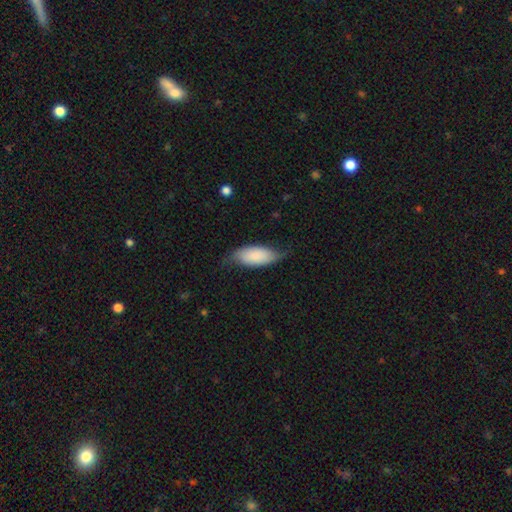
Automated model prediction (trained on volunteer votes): The model was most divided on "merging": none: 60%, minor disturbance: 29%, major disturbance: 9%, merger: 1%. More confident: how rounded — in between (89%); smooth or featured — smooth (73%).